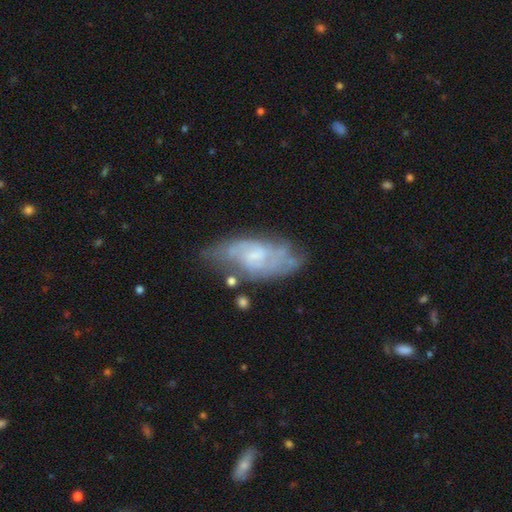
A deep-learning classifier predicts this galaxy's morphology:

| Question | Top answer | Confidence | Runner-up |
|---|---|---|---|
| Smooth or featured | featured or disk | 73% | smooth (19%) |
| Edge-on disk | no | 93% | yes (7%) |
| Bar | no | 49% | weak (44%) |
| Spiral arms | yes | 82% | no (18%) |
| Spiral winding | medium | 43% | tight (37%) |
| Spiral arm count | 2 | 43% | can't tell (38%) |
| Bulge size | small | 48% | moderate (25%) |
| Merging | none | 58% | minor disturbance (25%) |